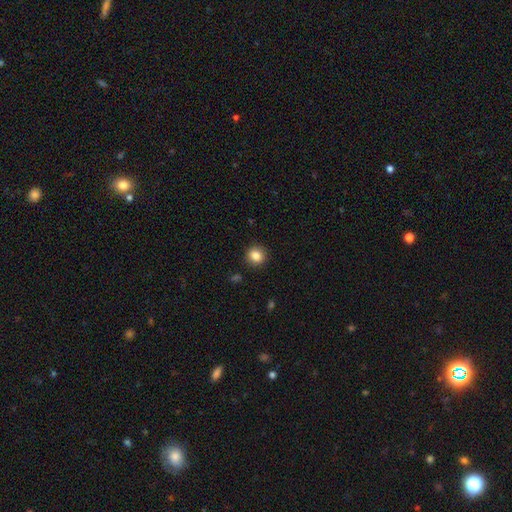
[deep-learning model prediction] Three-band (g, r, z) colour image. It shows a smooth galaxy with no disk features (86%) that is round (88%). Merging: none (91%).